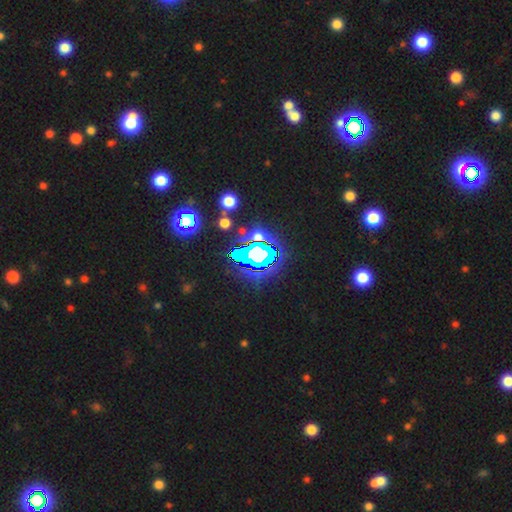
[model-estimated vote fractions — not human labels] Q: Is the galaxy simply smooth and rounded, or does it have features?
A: star or artifact — 82%.